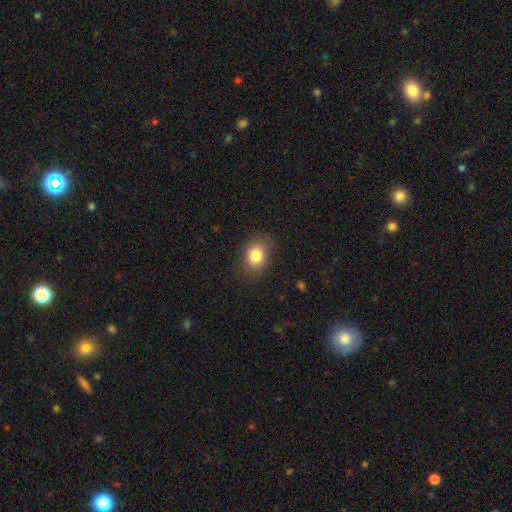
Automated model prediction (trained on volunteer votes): This appears to be a smooth galaxy with no disk features (83%) that is in between round and cigar-shaped (60%). Merging: none (83%).